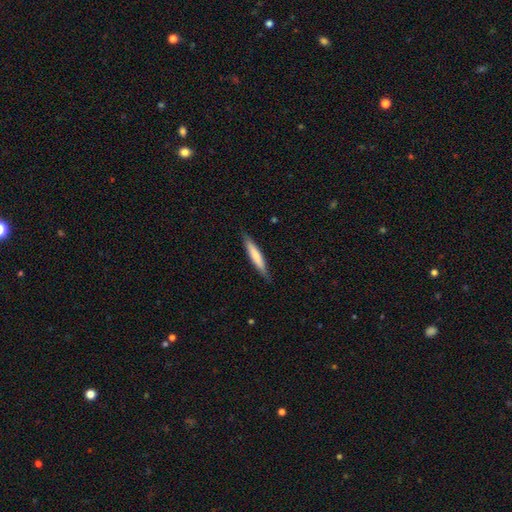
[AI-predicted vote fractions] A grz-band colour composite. It shows a smooth galaxy with no disk features (71%) that is cigar-shaped (92%). Merging: none (86%).